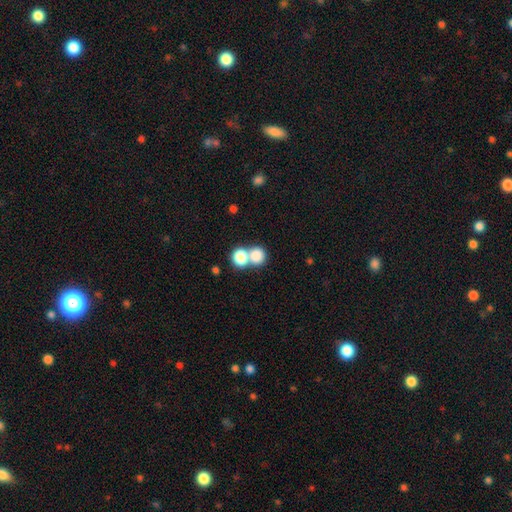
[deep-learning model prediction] Smooth or featured: smooth — 80% (star or artifact — 11%)
How rounded: round — 80% (in between — 19%)
Merging: merger — 51% (none — 39%)